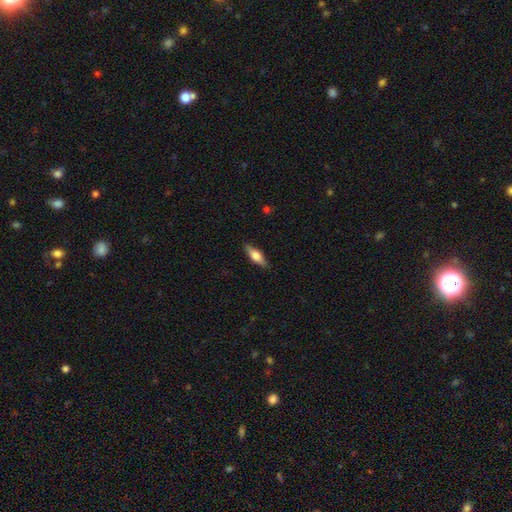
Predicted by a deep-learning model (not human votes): Overall: smooth (53%; featured or disk 41%). How rounded: in between (52%; cigar-shaped 45%). Merging: none (87%).